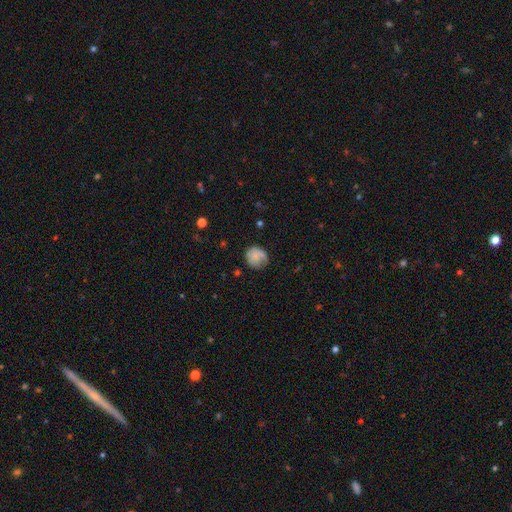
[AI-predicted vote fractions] smooth 73%, featured or disk 18%, star or artifact 9%. Down the decision tree: how rounded — round (81%); merging — none (60%).